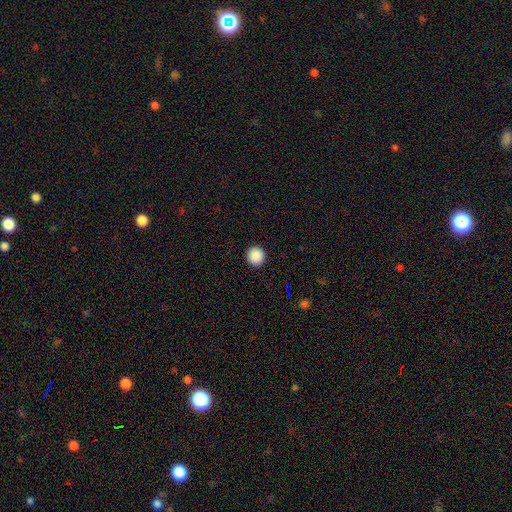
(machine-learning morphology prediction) smooth 89%, star or artifact 8%, featured or disk 2%. Down the decision tree: how rounded — round (94%); merging — none (93%).